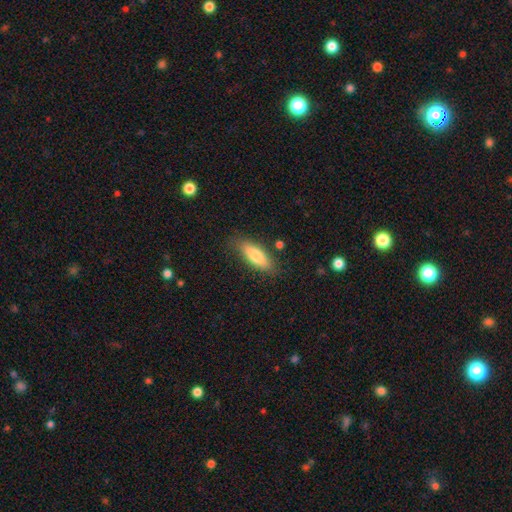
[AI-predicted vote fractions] smooth-or-featured: smooth: 76% | featured or disk: 18% | star or artifact: 6%
  how-rounded: in between: 56% | cigar-shaped: 42% | round: 2%
  merging: none: 82% | minor disturbance: 13% | major disturbance: 3% | merger: 2%